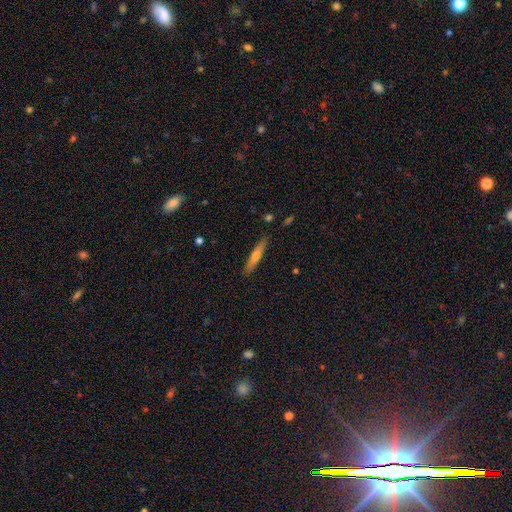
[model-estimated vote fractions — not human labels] The model was most divided on "smooth or featured": smooth: 50%, featured or disk: 44%, star or artifact: 6%. More confident: how rounded — cigar-shaped (90%); merging — none (89%).